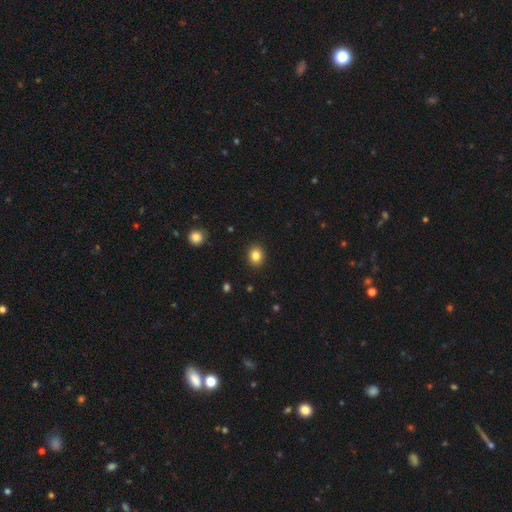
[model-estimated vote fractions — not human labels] This appears to be a smooth galaxy with no disk features (85%) that is round (65%). Merging: none (91%).